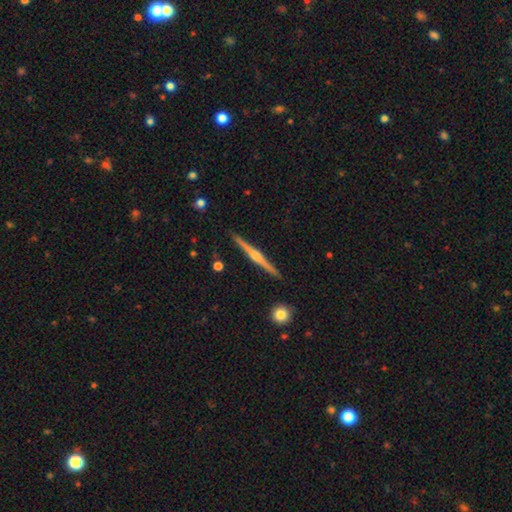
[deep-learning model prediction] featured or disk 82%, smooth 13%, star or artifact 5%. Down the decision tree: edge-on disk — yes (99%); edge-on bulge — rounded (89%); merging — none (92%).